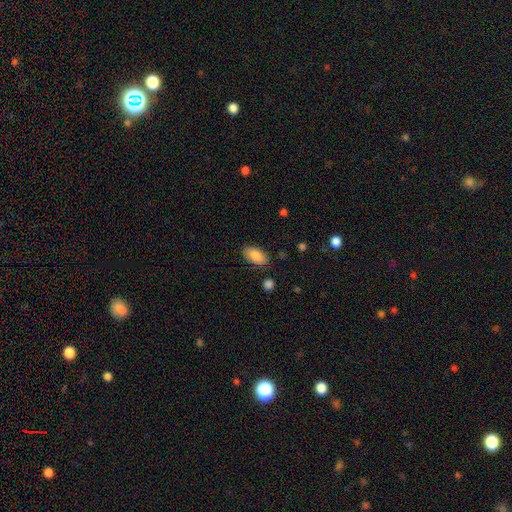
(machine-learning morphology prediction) This appears to be a smooth galaxy with no disk features (86%) that is in between round and cigar-shaped (94%). Merging: none (83%).